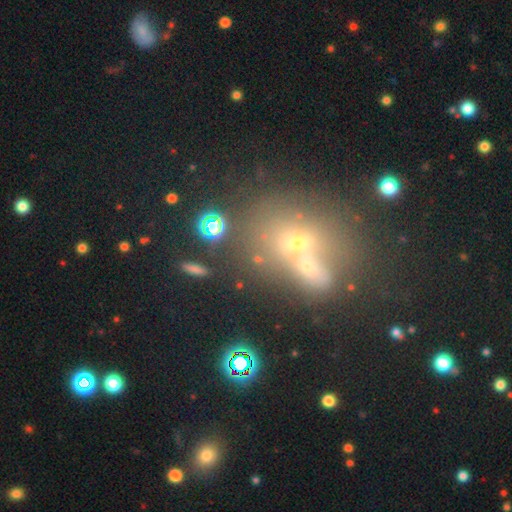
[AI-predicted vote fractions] Smooth or featured? Predicted: smooth (p=0.42). Merging? Predicted: merger (p=0.49).